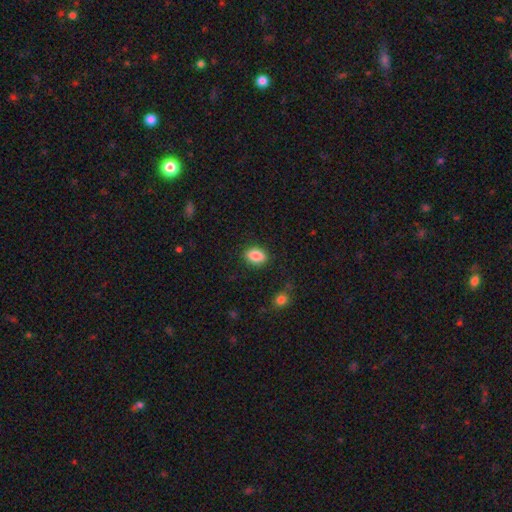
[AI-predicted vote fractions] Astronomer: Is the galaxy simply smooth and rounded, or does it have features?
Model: smooth — 86%.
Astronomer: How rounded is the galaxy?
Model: in between — 80%.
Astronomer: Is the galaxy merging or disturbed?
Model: none — 86%.